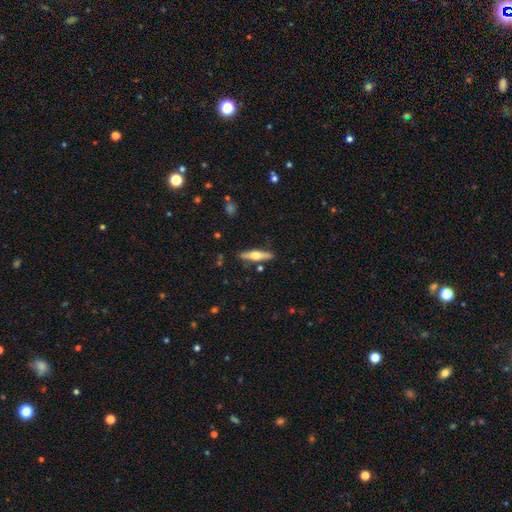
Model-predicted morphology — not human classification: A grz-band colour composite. It shows a featured or disk galaxy (56%) viewed edge-on (94%) with a rounded central bulge (94%). Merging: none (86%).